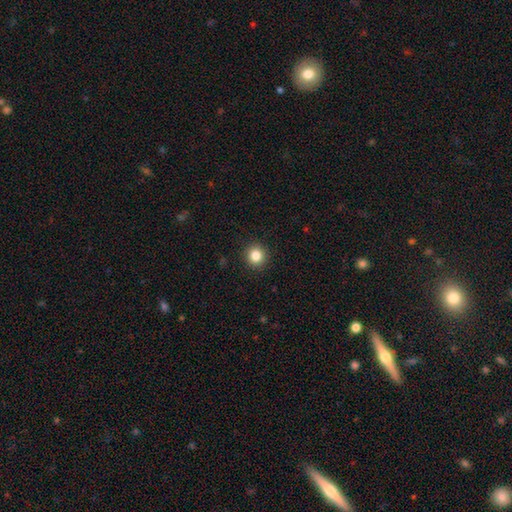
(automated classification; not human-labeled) A smooth galaxy with no disk features (83%) that is round (92%). Merging: none (92%).